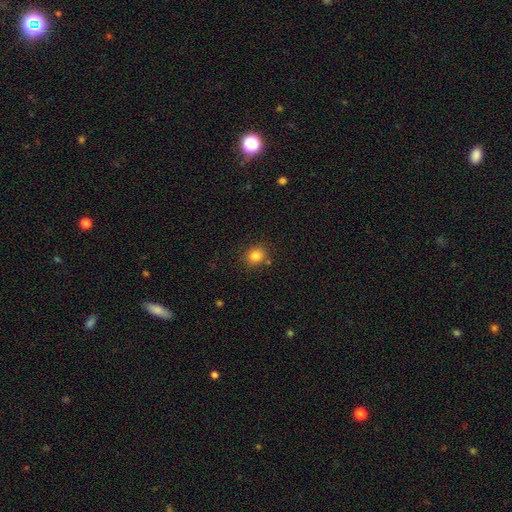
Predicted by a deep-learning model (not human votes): Smooth or featured? Predicted: smooth (p=0.83). How rounded? Predicted: round (p=0.74). Merging? Predicted: none (p=0.82).